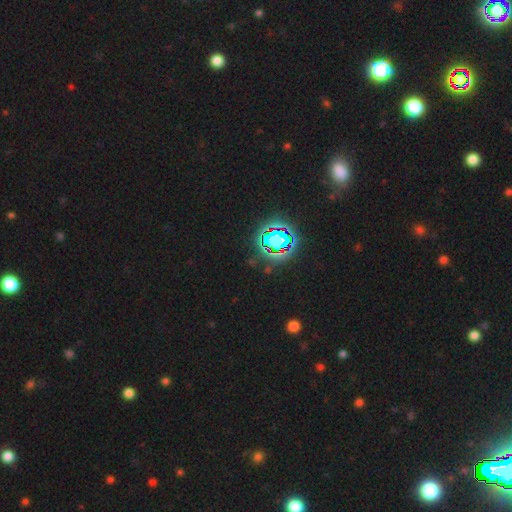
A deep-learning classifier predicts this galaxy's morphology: Q: Smooth or featured?
A: star or artifact (81%); runner-up: smooth (12%)